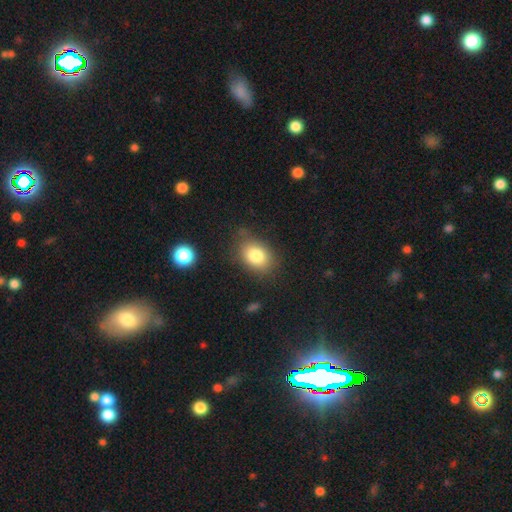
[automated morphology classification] Overall: smooth (81%). How rounded: in between (69%; round 30%). Merging: none (73%).